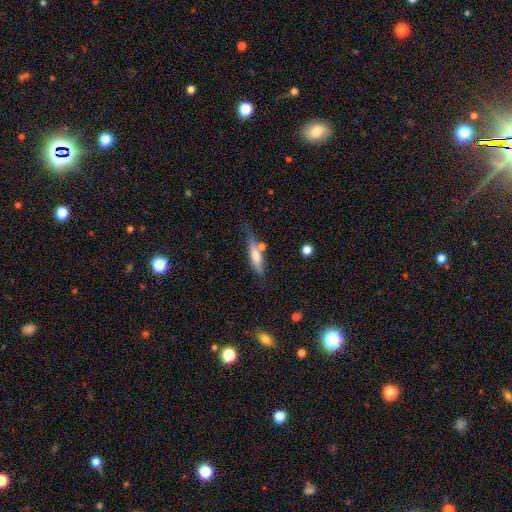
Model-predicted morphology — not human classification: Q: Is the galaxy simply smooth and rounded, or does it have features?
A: smooth — 56%.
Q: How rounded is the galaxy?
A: cigar-shaped — 71%.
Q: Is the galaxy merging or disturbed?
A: none — 59%.